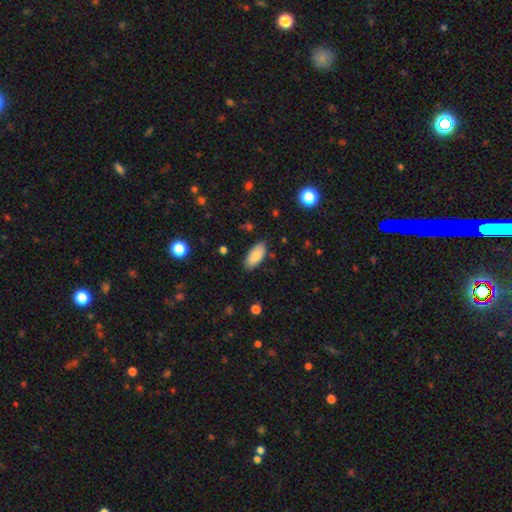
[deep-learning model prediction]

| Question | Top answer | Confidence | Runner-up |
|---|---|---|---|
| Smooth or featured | smooth | 83% | featured or disk (10%) |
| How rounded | in between | 91% | cigar-shaped (7%) |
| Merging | none | 86% | minor disturbance (10%) |